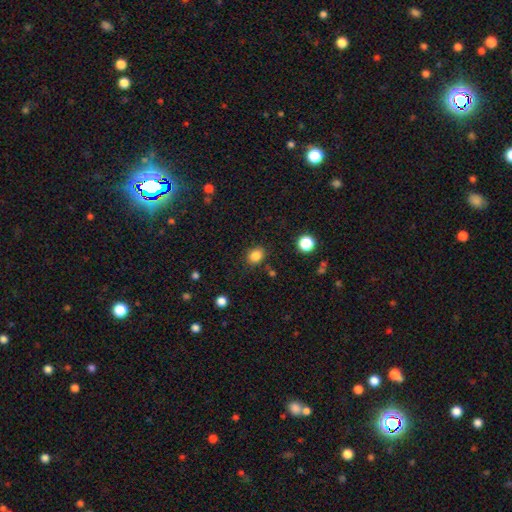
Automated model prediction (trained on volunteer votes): smooth_or_featured: smooth (p=0.84) [alt: star or artifact p=0.11]
how_rounded: round (p=0.56) [alt: in between p=0.43]
merging: none (p=0.83) [alt: minor disturbance p=0.11]